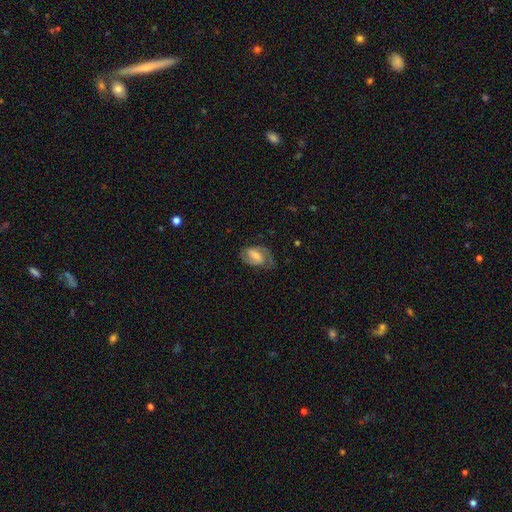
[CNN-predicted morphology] Overall: featured or disk (70%). Edge-on disk: no (97%). Bar: weak (47%; strong 31%). Spiral arms: yes (91%). Spiral arm count: 2 (84%). Spiral winding: medium (49%; tight 32%). Bulge size: moderate (39%; small 36%). Merging: none (68%).